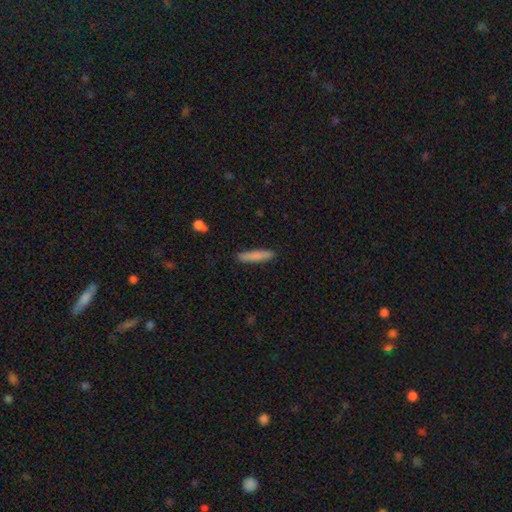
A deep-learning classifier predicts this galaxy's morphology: A smooth galaxy with no disk features (82%) that is cigar-shaped (91%).

Vote fractions:
- Smooth or featured? smooth: 82% / featured or disk: 12% / star or artifact: 6%
- How rounded? cigar-shaped: 91% / in between: 8% / round: 1%
- Merging? none: 89% / minor disturbance: 8% / major disturbance: 2% / merger: 1%